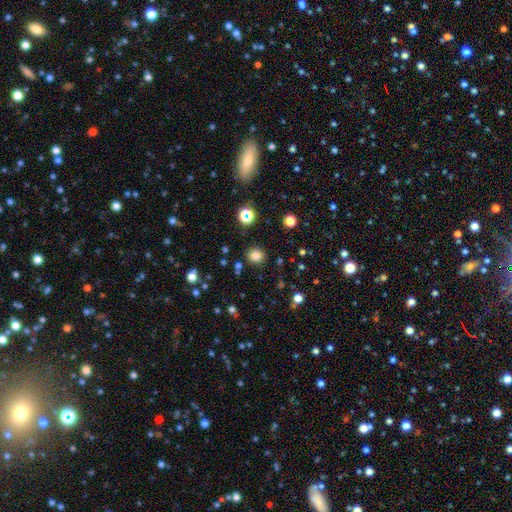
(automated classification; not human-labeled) Smooth or featured: smooth — 80% (star or artifact — 15%)
How rounded: round — 86% (in between — 13%)
Merging: none — 88% (minor disturbance — 7%)